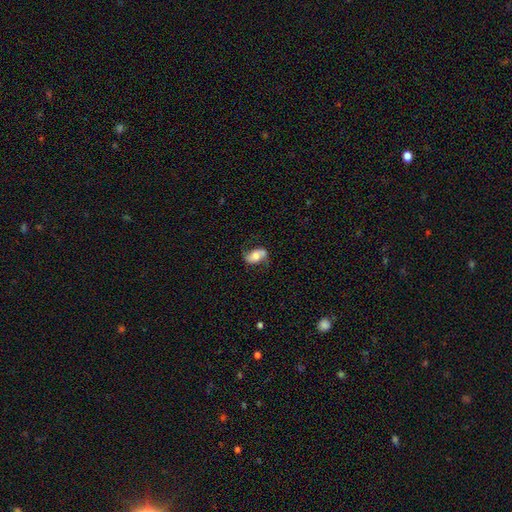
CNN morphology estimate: Smooth or featured? Predicted: featured or disk (p=0.53). Edge-on disk? Predicted: no (p=0.93). Merging? Predicted: none (p=0.62).